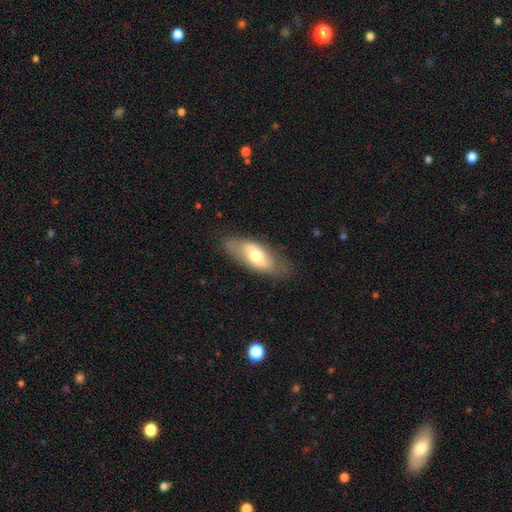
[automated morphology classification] A smooth galaxy with no disk features (50%). Merging: none (78%).